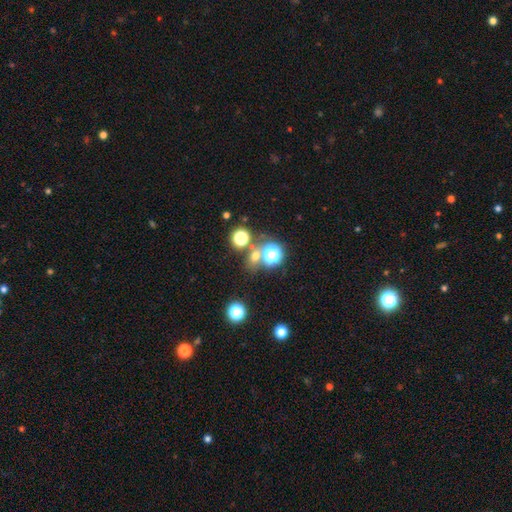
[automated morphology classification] Q: Smooth or featured?
A: smooth (54%); runner-up: star or artifact (37%)
Q: How rounded?
A: round (74%); runner-up: in between (25%)
Q: Merging?
A: none (65%); runner-up: merger (22%)